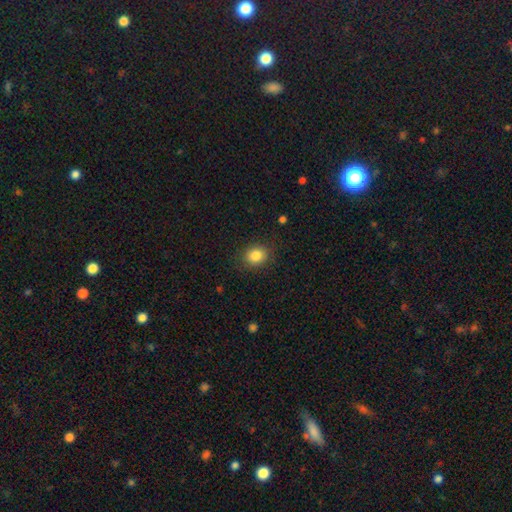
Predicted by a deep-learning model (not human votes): Morphology: type=smooth (84%); roundness=round (54%); merging=none (84%).